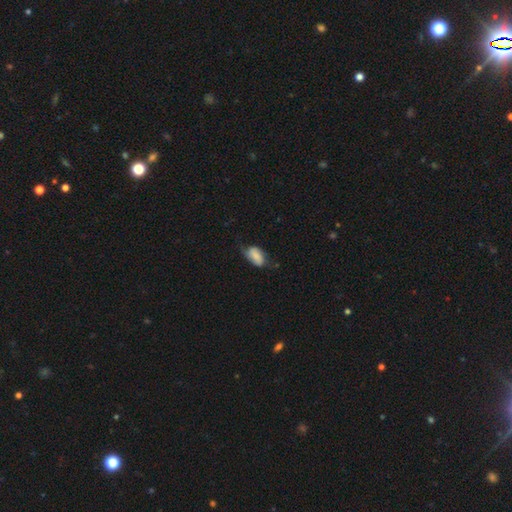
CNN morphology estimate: Q: Smooth or featured?
A: smooth (73%); runner-up: featured or disk (19%)
Q: How rounded?
A: in between (92%); runner-up: round (6%)
Q: Merging?
A: none (44%); runner-up: minor disturbance (39%)